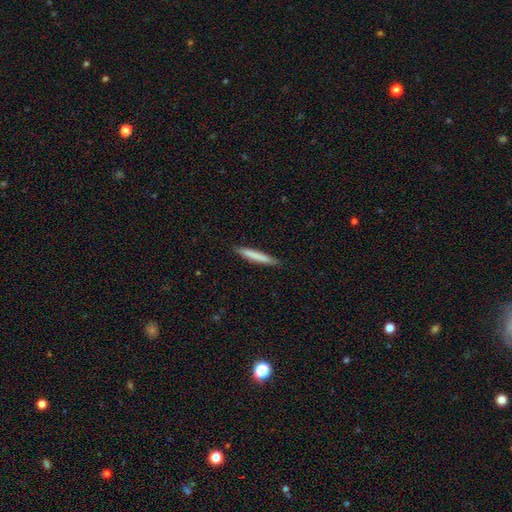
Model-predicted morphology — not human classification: This is likely a smooth galaxy (76%). How rounded: clearly cigar-shaped (95%). Merging: clearly none (89%).